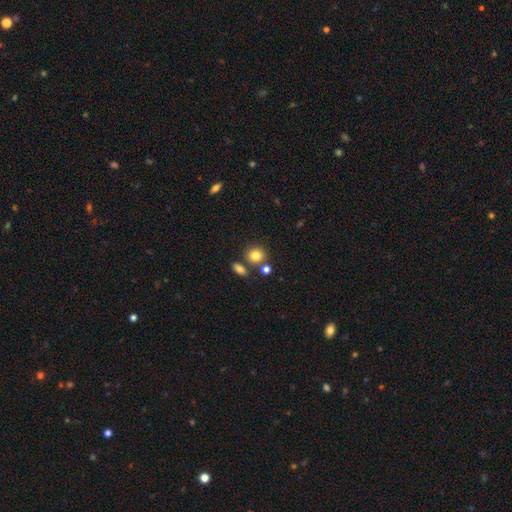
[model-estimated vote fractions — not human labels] Q: Smooth or featured?
A: smooth (81%); runner-up: star or artifact (11%)
Q: How rounded?
A: round (81%); runner-up: in between (17%)
Q: Merging?
A: none (71%); runner-up: merger (15%)